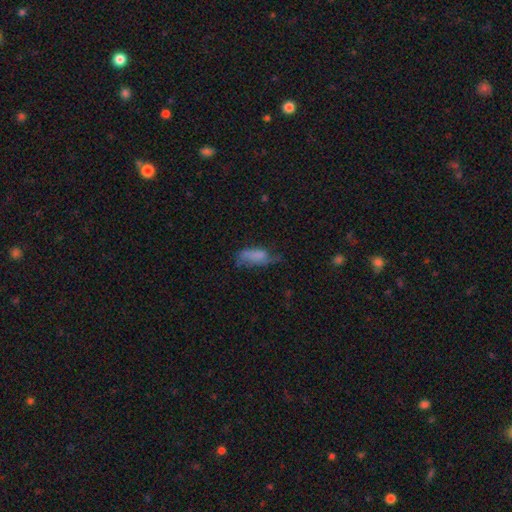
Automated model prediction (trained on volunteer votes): A smooth galaxy with no disk features (63%) that is in between round and cigar-shaped (78%).

Vote fractions:
- Smooth or featured? smooth: 63% / featured or disk: 26% / star or artifact: 10%
- How rounded? in between: 78% / cigar-shaped: 19% / round: 3%
- Merging? none: 34% / minor disturbance: 32% / major disturbance: 30% / merger: 4%